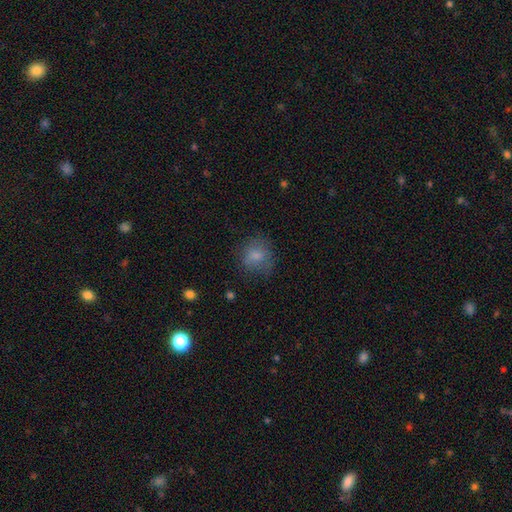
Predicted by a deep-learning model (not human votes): The model was most divided on "merging": none: 63%, minor disturbance: 23%, major disturbance: 13%, merger: 2%. More confident: smooth or featured — smooth (76%); how rounded — round (75%).